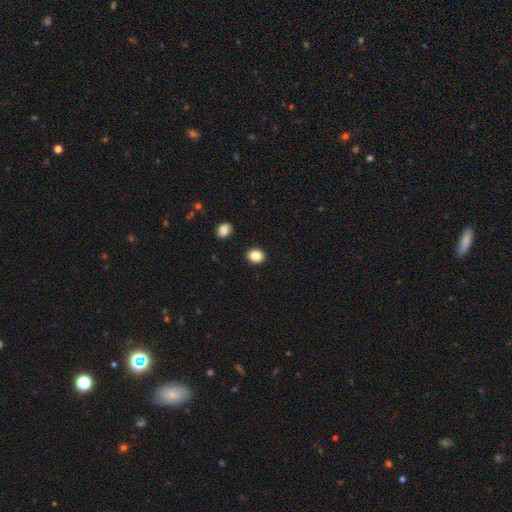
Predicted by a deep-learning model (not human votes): Smooth or featured: smooth — 86% (star or artifact — 9%)
How rounded: round — 53% (in between — 46%)
Merging: none — 90% (minor disturbance — 6%)